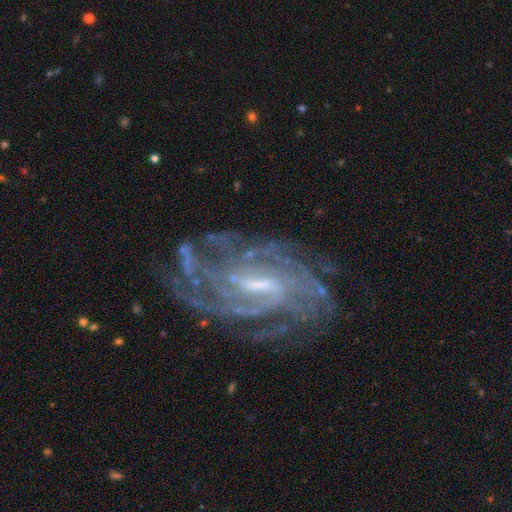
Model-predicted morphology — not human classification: featured or disk 86%, star or artifact 8%, smooth 6%. Down the decision tree: edge-on disk — no (95%); bar — weak (49%); spiral arms — yes (96%); spiral arm count — can't tell (32%); spiral winding — tight (65%); bulge size — small (47%); merging — none (75%).